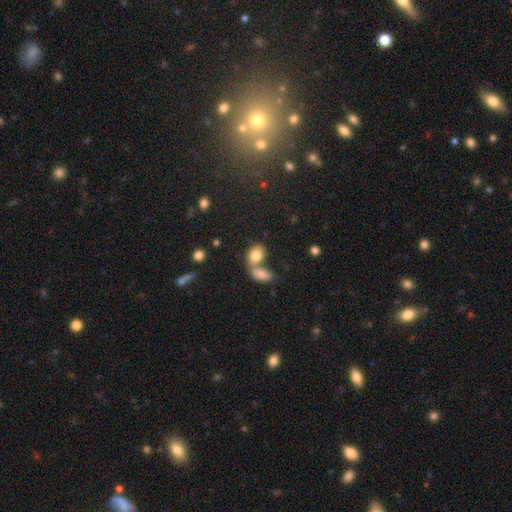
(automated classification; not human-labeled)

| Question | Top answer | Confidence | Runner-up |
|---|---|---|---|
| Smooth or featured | smooth | 80% | featured or disk (11%) |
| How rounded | in between | 81% | round (17%) |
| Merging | merger | 49% | none (36%) |